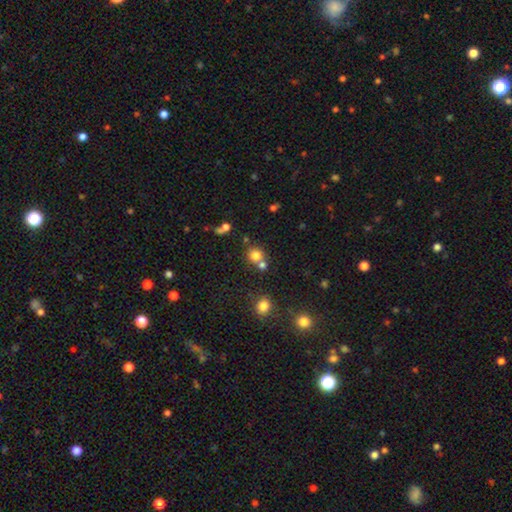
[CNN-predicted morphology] smooth_or_featured: smooth (p=0.78) [alt: star or artifact p=0.15]
how_rounded: round (p=0.87) [alt: in between p=0.13]
merging: none (p=0.60) [alt: merger p=0.30]